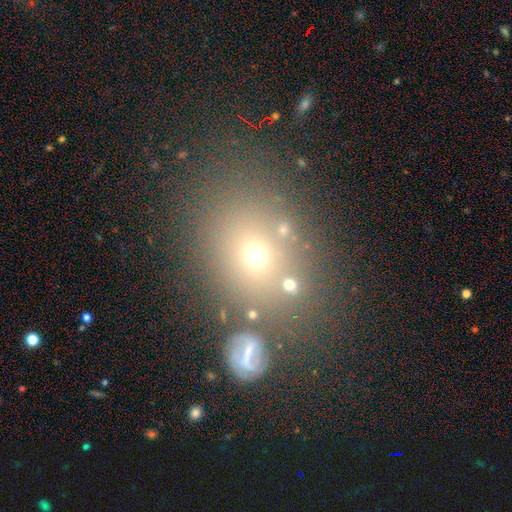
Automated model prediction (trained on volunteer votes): Smooth or featured? smooth (64%)
How rounded? in between (49%, tied with round)
Merging? none (67%)